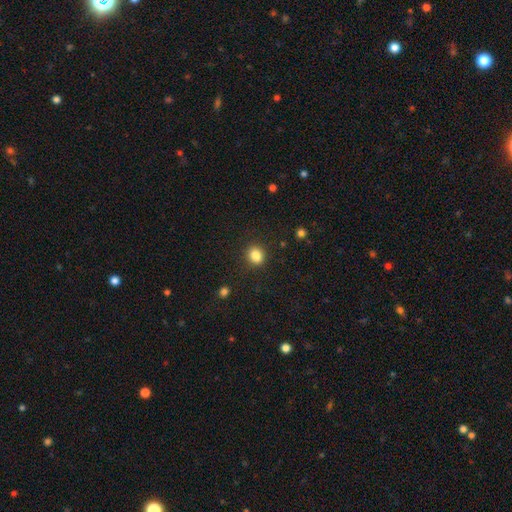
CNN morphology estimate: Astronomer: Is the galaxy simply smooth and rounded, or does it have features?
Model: smooth — 85%.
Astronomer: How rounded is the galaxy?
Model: round — 67%.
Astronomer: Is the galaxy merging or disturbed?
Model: none — 88%.